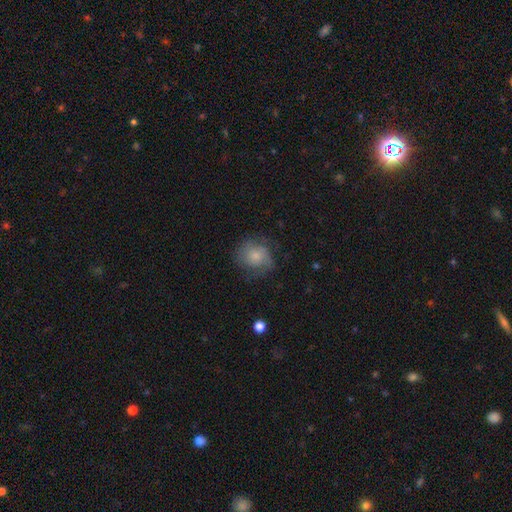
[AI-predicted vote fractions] smooth 61%, featured or disk 31%, star or artifact 8%. Down the decision tree: how rounded — round (81%); merging — none (61%).